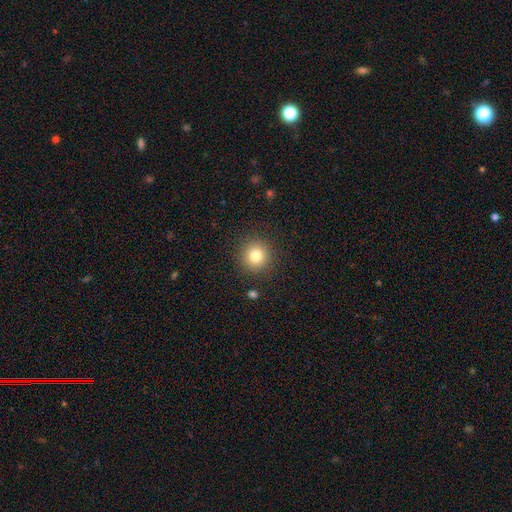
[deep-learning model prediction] A smooth galaxy with no disk features (80%) that is round (94%). Merging: none (90%).